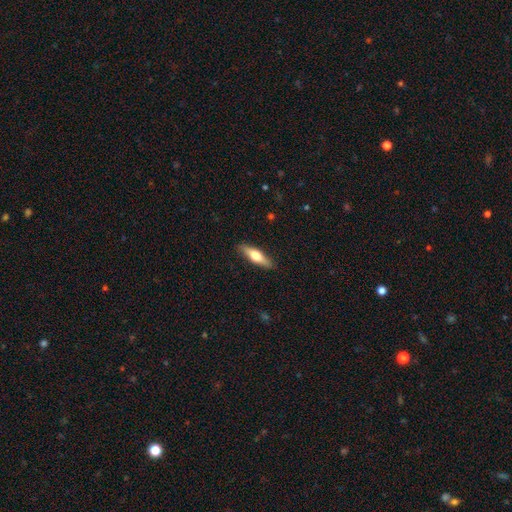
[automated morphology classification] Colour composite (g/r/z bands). It shows a smooth galaxy with no disk features (54%) that is cigar-shaped (64%). Merging: none (89%).